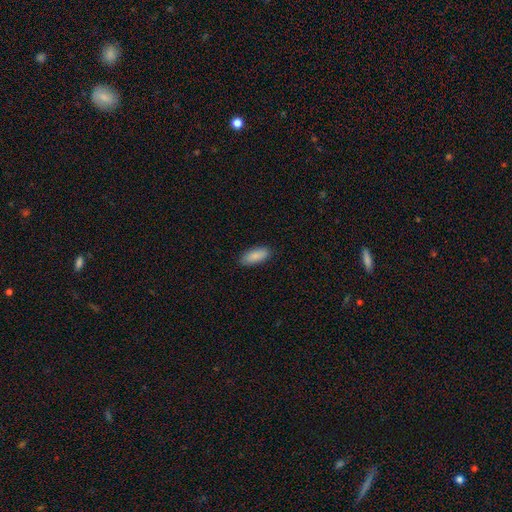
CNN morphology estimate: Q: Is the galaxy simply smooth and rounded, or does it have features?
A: smooth — 89%.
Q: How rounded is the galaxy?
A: in between — 83%.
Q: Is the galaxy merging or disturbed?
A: none — 89%.